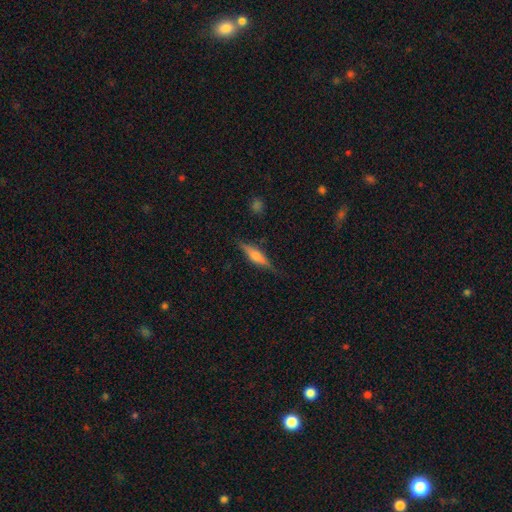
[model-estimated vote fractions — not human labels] Smooth or featured?
  - featured or disk: 51% *
  - smooth: 42%
  - star or artifact: 7%
Edge-on disk?
  - yes: 95% *
  - no: 5%
Merging?
  - none: 82% *
  - minor disturbance: 13%
  - major disturbance: 3%
  - merger: 2%